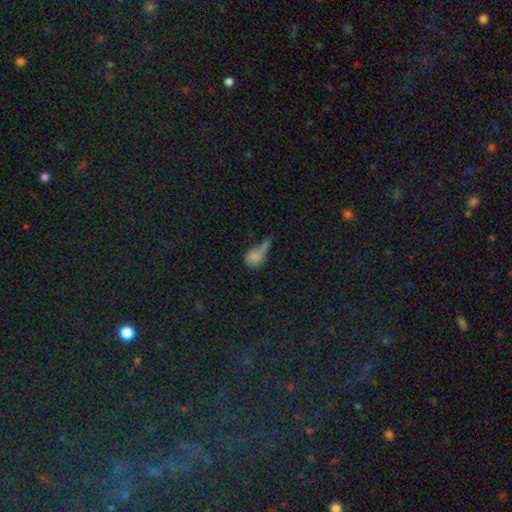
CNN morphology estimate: This appears to be a smooth galaxy with no disk features (72%) that is in between round and cigar-shaped (52%). Merging: merger (38%).